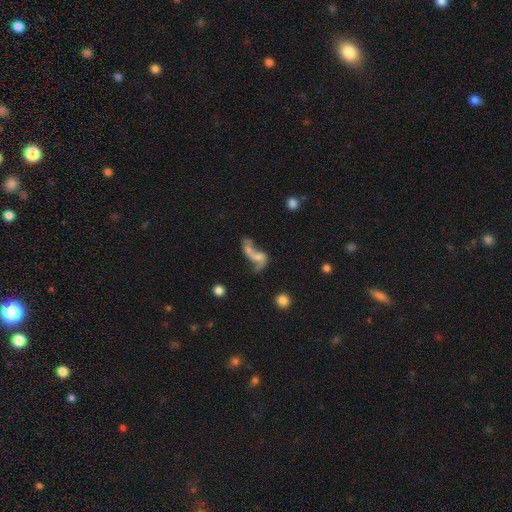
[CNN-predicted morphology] smooth-or-featured: featured or disk: 59% | smooth: 30% | star or artifact: 12%
  disk-edge-on: no: 95% | yes: 5%
    bar: no: 67% | weak: 24% | strong: 9%
    has-spiral-arms: yes: 62% | no: 38%
    bulge-size: none: 41% | small: 29% | moderate: 21% | large: 6% | dominant: 2%
  merging: merger: 47% | major disturbance: 23% | none: 20% | minor disturbance: 10%